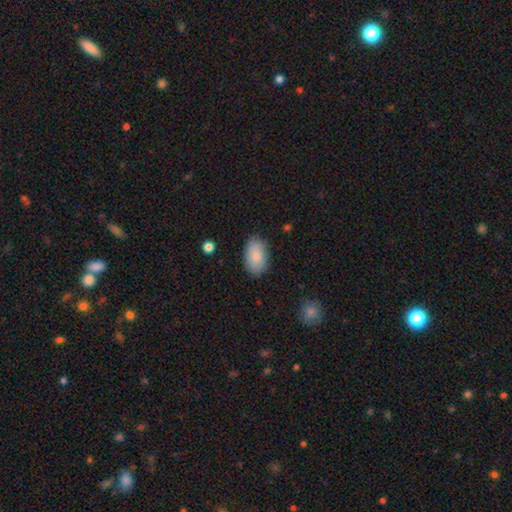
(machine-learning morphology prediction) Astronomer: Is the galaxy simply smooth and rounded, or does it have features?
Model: smooth — 83%.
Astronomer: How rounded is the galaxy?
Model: in between — 92%.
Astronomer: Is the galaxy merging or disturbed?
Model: none — 84%.